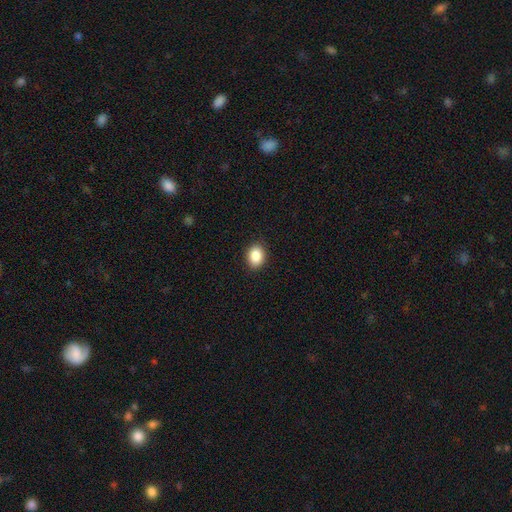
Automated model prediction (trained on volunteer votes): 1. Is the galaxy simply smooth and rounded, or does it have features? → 88% smooth, 8% star or artifact, 4% featured or disk.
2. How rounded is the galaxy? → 64% in between, 35% round, 1% cigar-shaped.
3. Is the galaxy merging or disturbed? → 89% none, 8% minor disturbance, 2% major disturbance, 1% merger.